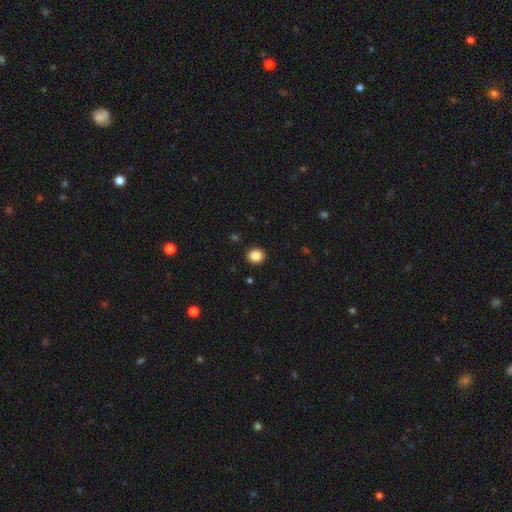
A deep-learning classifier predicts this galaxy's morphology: A smooth galaxy with no disk features (86%) that is round (79%).

Vote fractions:
- Smooth or featured? smooth: 86% / star or artifact: 10% / featured or disk: 4%
- How rounded? round: 79% / in between: 20% / cigar-shaped: 1%
- Merging? none: 91% / minor disturbance: 6% / major disturbance: 2% / merger: 1%